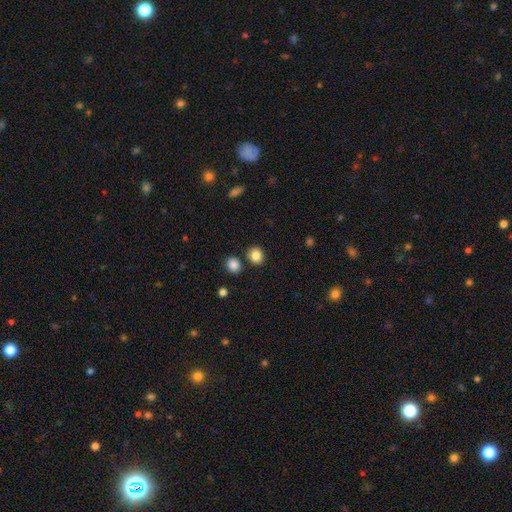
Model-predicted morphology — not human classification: smooth 85%, star or artifact 10%, featured or disk 5%. Down the decision tree: how rounded — round (76%); merging — none (80%).